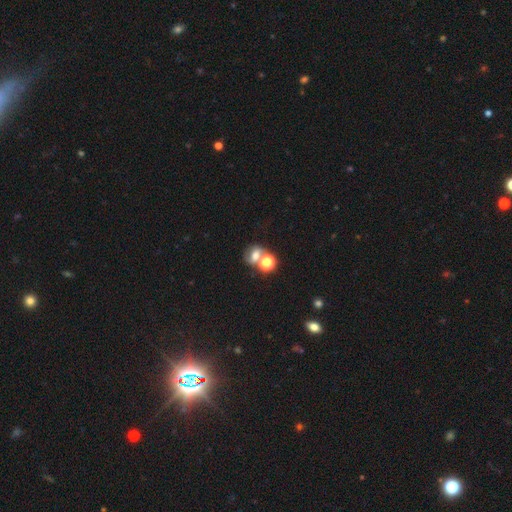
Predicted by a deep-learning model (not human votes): Q: Smooth or featured?
A: smooth (55%); runner-up: featured or disk (27%)
Q: How rounded?
A: round (55%); runner-up: in between (44%)
Q: Merging?
A: merger (48%); runner-up: none (35%)